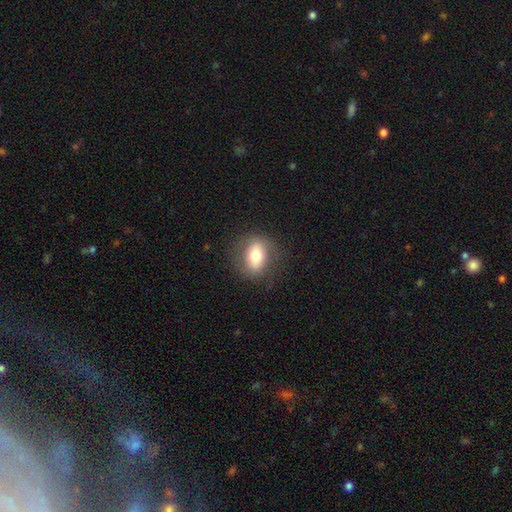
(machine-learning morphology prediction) Smooth or featured? smooth (65%)
How rounded? in between (66%)
Merging? none (80%)